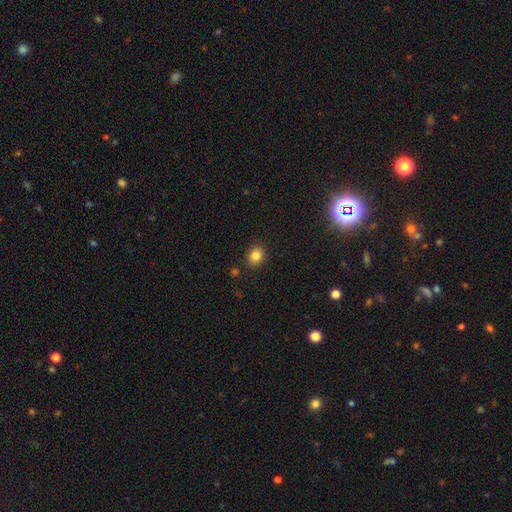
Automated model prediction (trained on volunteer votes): The model was most divided on "how rounded": round: 58%, in between: 41%, cigar-shaped: 1%. More confident: merging — none (87%); smooth or featured — smooth (84%).